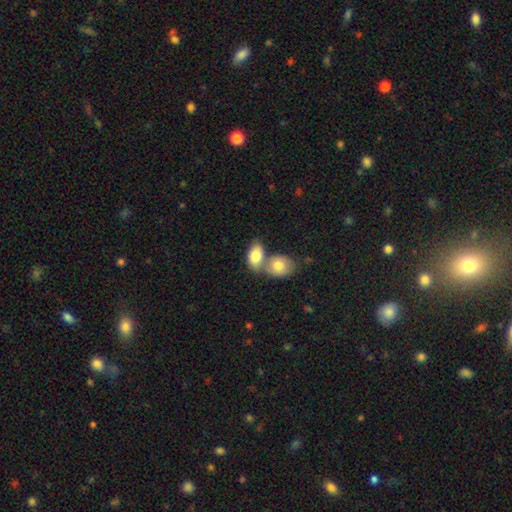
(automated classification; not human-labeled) The model was most divided on "merging": merger: 60%, none: 28%, minor disturbance: 9%, major disturbance: 3%. More confident: how rounded — in between (87%); smooth or featured — smooth (80%).